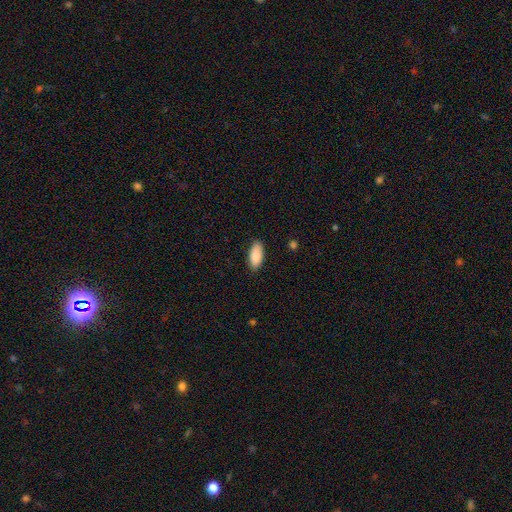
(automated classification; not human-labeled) Q: Smooth or featured?
A: smooth (90%); runner-up: star or artifact (6%)
Q: How rounded?
A: in between (87%); runner-up: cigar-shaped (12%)
Q: Merging?
A: none (86%); runner-up: minor disturbance (10%)